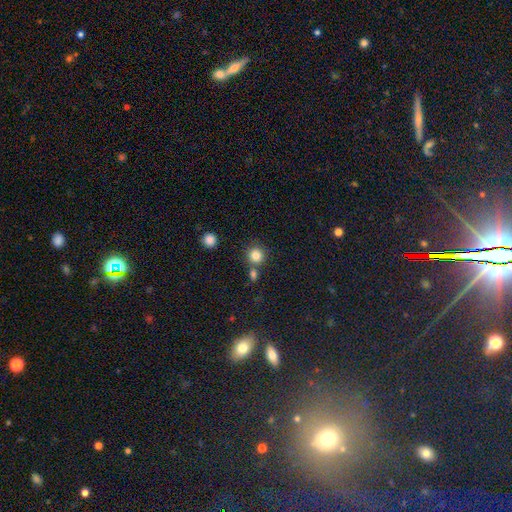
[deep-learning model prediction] A smooth galaxy with no disk features (83%) that is round (90%). Merging: none (69%).